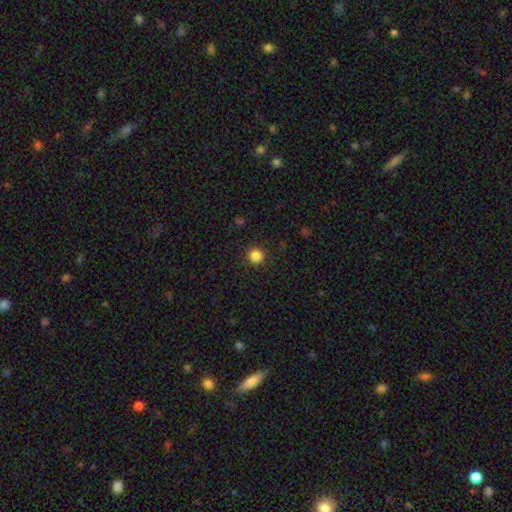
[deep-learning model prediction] smooth-or-featured: smooth: 85% | star or artifact: 11% | featured or disk: 3%
  how-rounded: round: 95% | in between: 4% | cigar-shaped: 1%
  merging: none: 92% | minor disturbance: 5% | major disturbance: 2% | merger: 1%